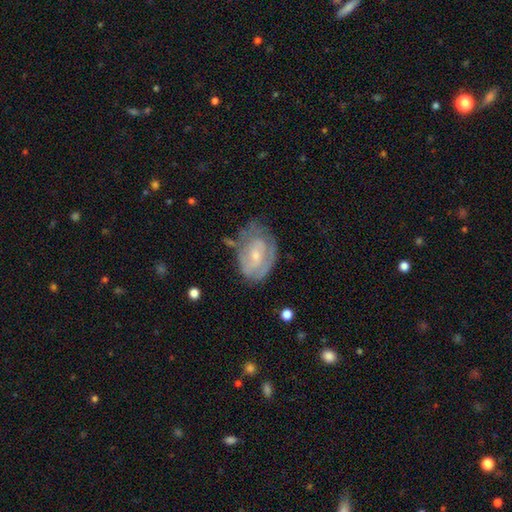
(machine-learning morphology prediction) Q: Smooth or featured?
A: featured or disk (65%); runner-up: smooth (29%)
Q: Edge-on disk?
A: no (96%); runner-up: yes (4%)
Q: Bar?
A: no (57%); runner-up: weak (36%)
Q: Spiral arms?
A: yes (66%); runner-up: no (34%)
Q: Bulge size?
A: small (56%); runner-up: moderate (37%)
Q: Merging?
A: none (53%); runner-up: minor disturbance (30%)